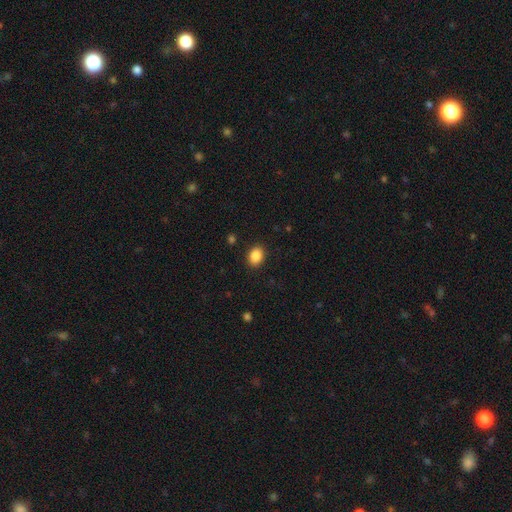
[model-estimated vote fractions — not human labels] smooth_or_featured: smooth (p=0.88) [alt: star or artifact p=0.09]
how_rounded: in between (p=0.65) [alt: round p=0.34]
merging: none (p=0.89) [alt: minor disturbance p=0.07]